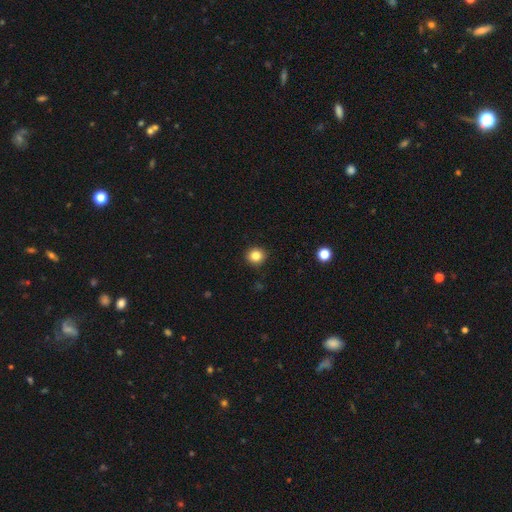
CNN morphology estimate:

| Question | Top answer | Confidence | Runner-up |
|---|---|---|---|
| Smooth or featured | smooth | 84% | star or artifact (11%) |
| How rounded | round | 90% | in between (9%) |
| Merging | none | 92% | minor disturbance (6%) |